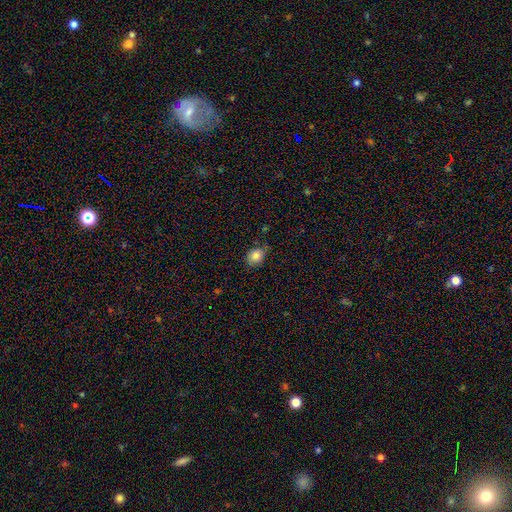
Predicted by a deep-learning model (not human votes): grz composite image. It shows a smooth galaxy with no disk features (85%) that is round (66%). Merging: none (71%).